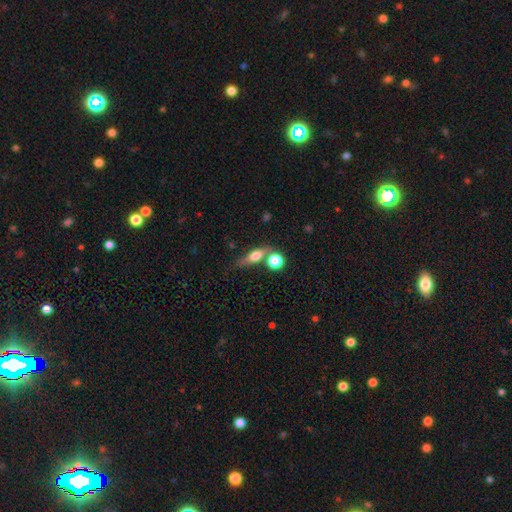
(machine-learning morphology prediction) A smooth galaxy with no disk features (61%) that is in between round and cigar-shaped (50%).

Vote fractions:
- Smooth or featured? smooth: 61% / featured or disk: 28% / star or artifact: 10%
- How rounded? in between: 50% / cigar-shaped: 32% / round: 17%
- Merging? none: 55% / merger: 23% / minor disturbance: 15% / major disturbance: 7%